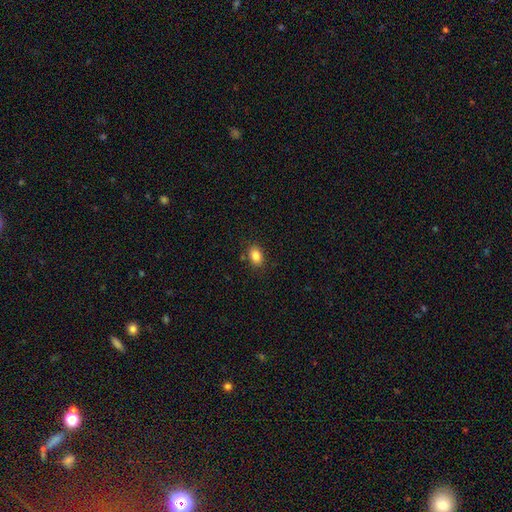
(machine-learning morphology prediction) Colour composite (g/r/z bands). It shows a smooth galaxy with no disk features (85%) that is in between round and cigar-shaped (79%). Merging: none (83%).